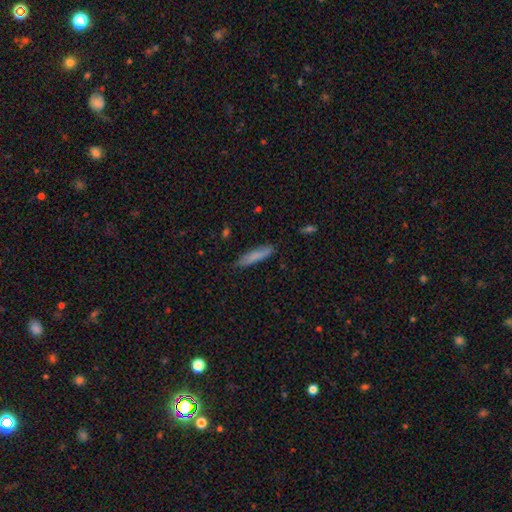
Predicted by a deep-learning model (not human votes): A smooth galaxy with no disk features (81%) that is cigar-shaped (86%). Merging: none (84%).